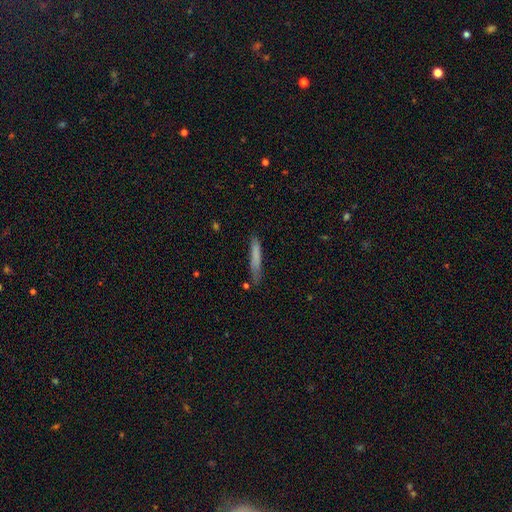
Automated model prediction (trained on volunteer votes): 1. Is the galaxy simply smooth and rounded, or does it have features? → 75% smooth, 18% featured or disk, 6% star or artifact.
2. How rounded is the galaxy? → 95% cigar-shaped, 4% in between, 1% round.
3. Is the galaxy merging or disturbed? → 77% none, 17% minor disturbance, 3% major disturbance, 2% merger.